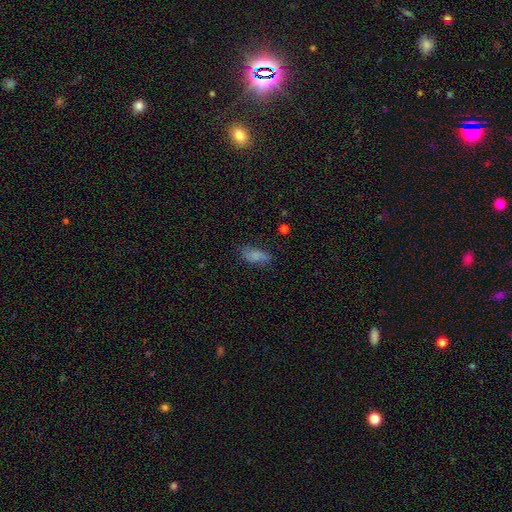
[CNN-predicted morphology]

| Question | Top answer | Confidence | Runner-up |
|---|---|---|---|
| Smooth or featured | smooth | 78% | featured or disk (12%) |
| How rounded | in between | 81% | cigar-shaped (16%) |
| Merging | none | 64% | minor disturbance (26%) |